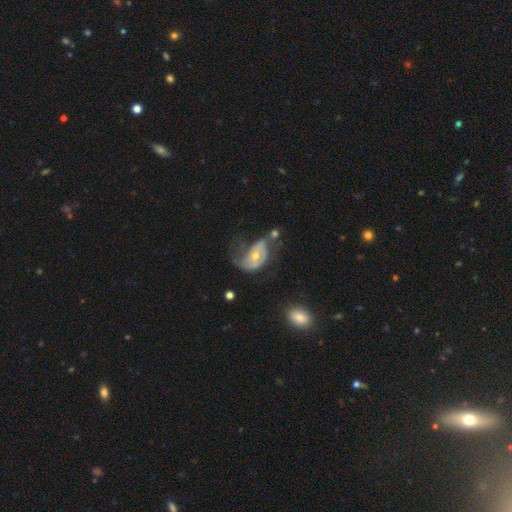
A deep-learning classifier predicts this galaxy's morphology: A featured or disk galaxy (66%) with no bar (71%), spiral arms (67%) and a moderate central bulge (59%). Merging: major disturbance (44%).